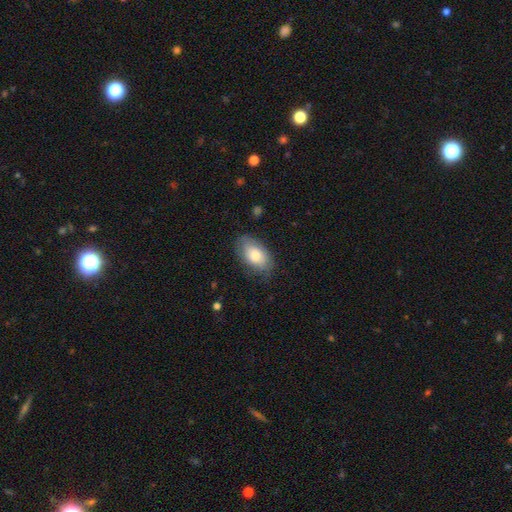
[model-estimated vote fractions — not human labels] smooth_or_featured: smooth (p=0.77) [alt: featured or disk p=0.16]
how_rounded: in between (p=0.93) [alt: round p=0.05]
merging: none (p=0.72) [alt: minor disturbance p=0.21]